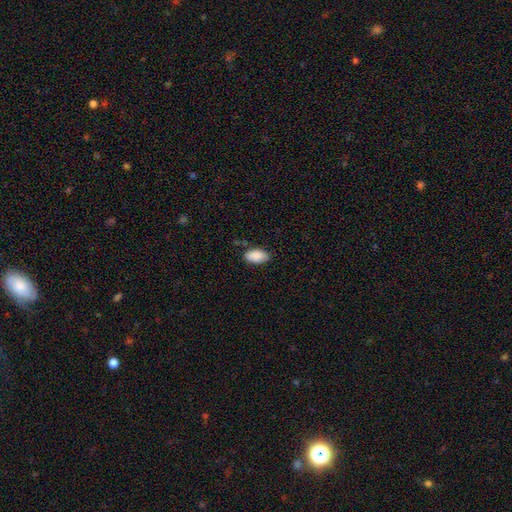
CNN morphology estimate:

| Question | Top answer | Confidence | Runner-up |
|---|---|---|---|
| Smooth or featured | smooth | 88% | star or artifact (7%) |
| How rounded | in between | 94% | round (4%) |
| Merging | none | 78% | minor disturbance (17%) |